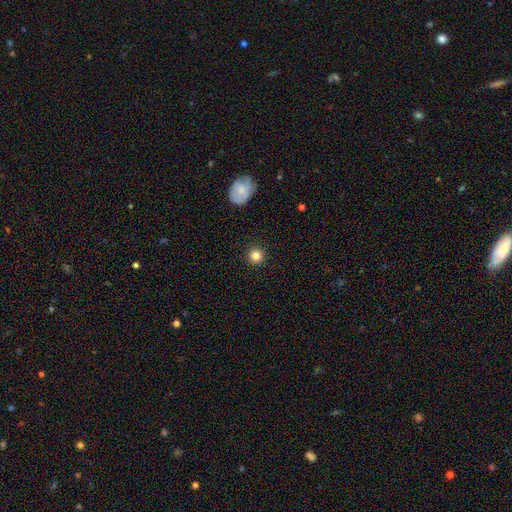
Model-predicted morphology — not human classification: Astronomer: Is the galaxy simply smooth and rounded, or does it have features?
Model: smooth — 84%.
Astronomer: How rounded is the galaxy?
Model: round — 95%.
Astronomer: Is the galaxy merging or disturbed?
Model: none — 92%.